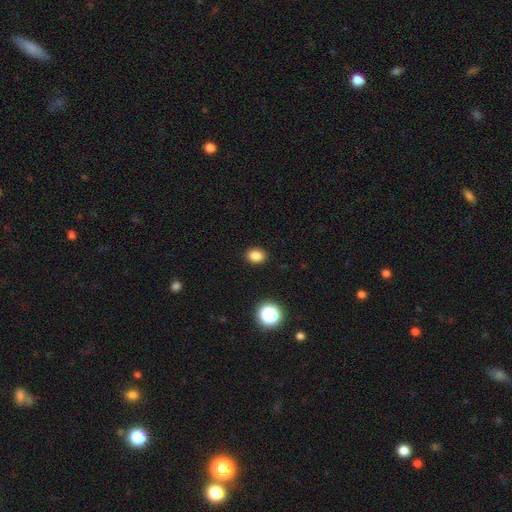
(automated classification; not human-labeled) Smooth or featured?
  - smooth: 84% *
  - star or artifact: 12%
  - featured or disk: 4%
How rounded?
  - in between: 59% *
  - round: 40%
  - cigar-shaped: 1%
Merging?
  - none: 90% *
  - minor disturbance: 7%
  - major disturbance: 2%
  - merger: 1%